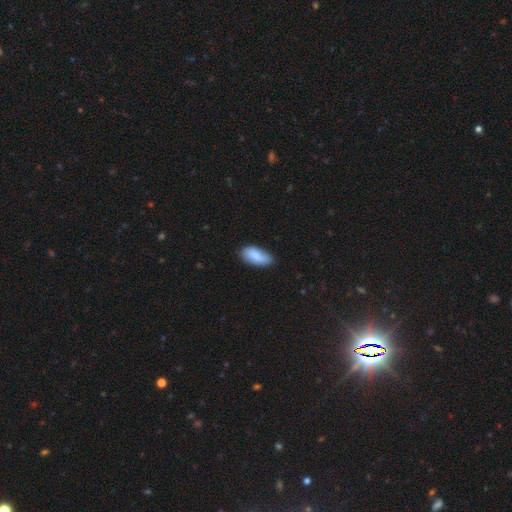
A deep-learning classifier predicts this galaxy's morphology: Smooth or featured? Predicted: smooth (p=0.81). How rounded? Predicted: in between (p=0.90). Merging? Predicted: none (p=0.72).